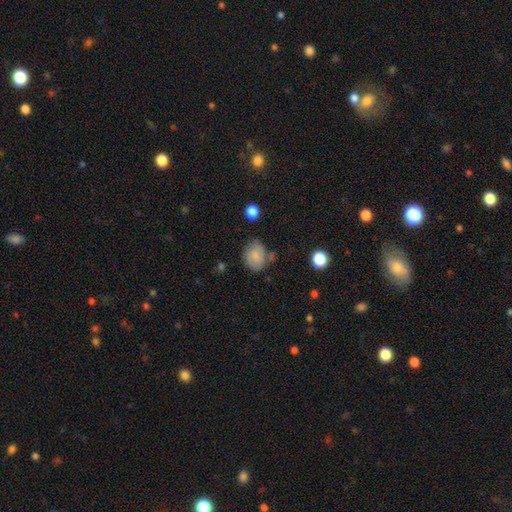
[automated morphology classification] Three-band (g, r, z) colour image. It shows a smooth galaxy with no disk features (75%) that is round (62%). Merging: none (61%).